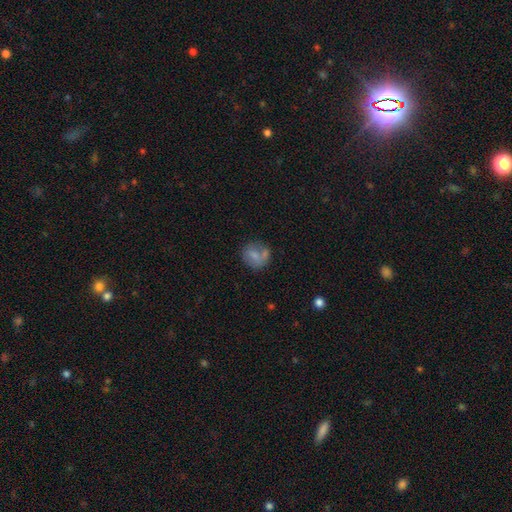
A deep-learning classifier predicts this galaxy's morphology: Smooth or featured? smooth (69%)
How rounded? round (75%)
Merging? none (54%)